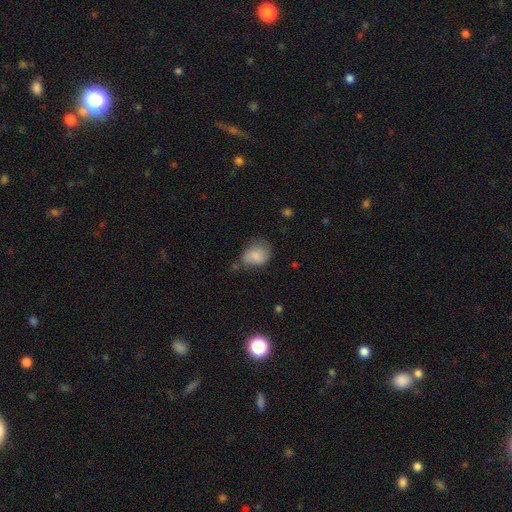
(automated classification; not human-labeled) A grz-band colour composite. It shows a smooth galaxy with no disk features (79%) that is in between round and cigar-shaped (62%). Merging: none (48%).